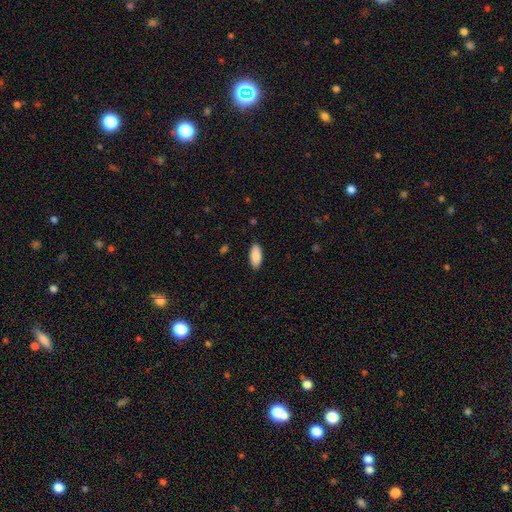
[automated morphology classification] smooth-or-featured: smooth: 88% | featured or disk: 6% | star or artifact: 6%
  how-rounded: in between: 87% | cigar-shaped: 11% | round: 2%
  merging: none: 88% | minor disturbance: 9% | major disturbance: 2% | merger: 1%